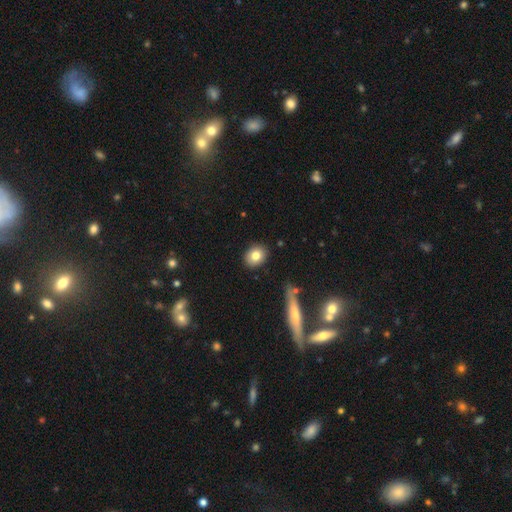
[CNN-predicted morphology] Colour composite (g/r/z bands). It shows a smooth galaxy with no disk features (81%) that is round (58%). Merging: none (89%).